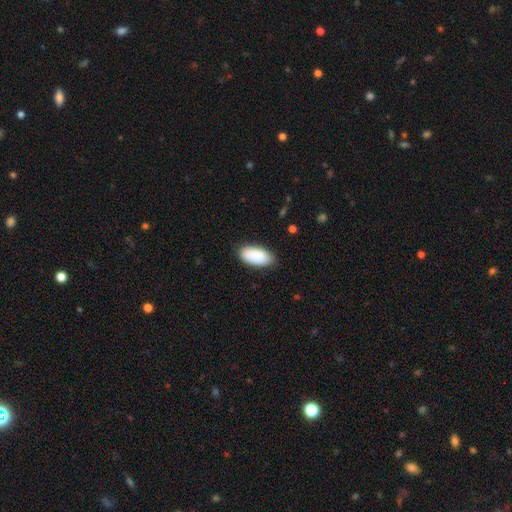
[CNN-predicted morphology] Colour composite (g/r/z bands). It shows a smooth galaxy with no disk features (88%) that is in between round and cigar-shaped (93%). Merging: none (82%).